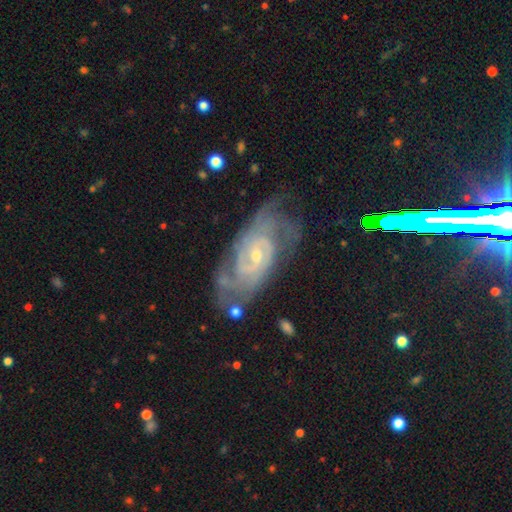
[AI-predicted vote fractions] Smooth or featured? Predicted: featured or disk (p=0.87). Edge-on disk? Predicted: no (p=0.95). Bar? Predicted: no (p=0.56). Spiral arms? Predicted: yes (p=0.96). Spiral winding? Predicted: tight (p=0.62). Spiral arm count? Predicted: 2 (p=0.40). Bulge size? Predicted: small (p=0.65). Merging? Predicted: none (p=0.63).